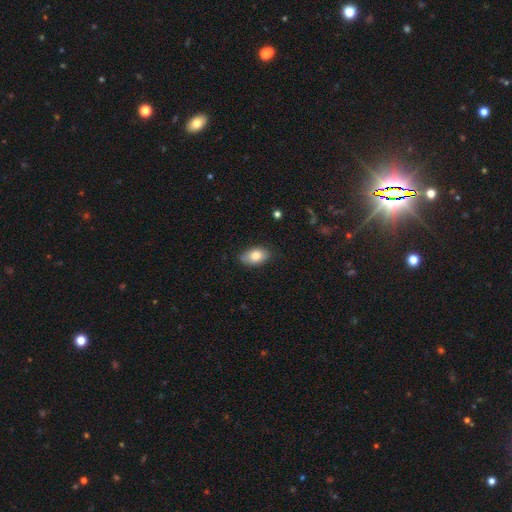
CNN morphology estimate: The model was most divided on "merging": none: 79%, minor disturbance: 17%, major disturbance: 3%, merger: 1%. More confident: how rounded — in between (90%); smooth or featured — smooth (81%).